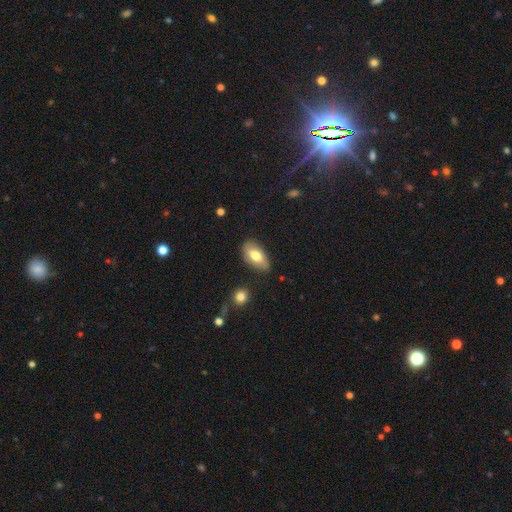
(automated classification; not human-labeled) Smooth or featured? Predicted: smooth (p=0.73). How rounded? Predicted: in between (p=0.92). Merging? Predicted: none (p=0.77).